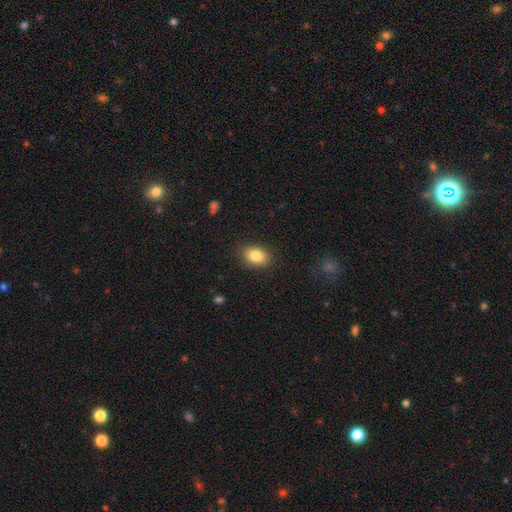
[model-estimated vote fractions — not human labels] smooth_or_featured: smooth (p=0.85) [alt: star or artifact p=0.08]
how_rounded: in between (p=0.82) [alt: round p=0.17]
merging: none (p=0.87) [alt: minor disturbance p=0.10]